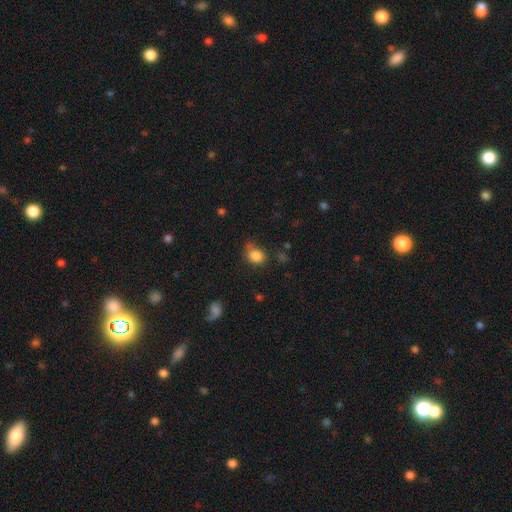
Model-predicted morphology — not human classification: This is clearly a smooth galaxy (84%). How rounded: possibly round (51%). Merging: possibly none (59%).